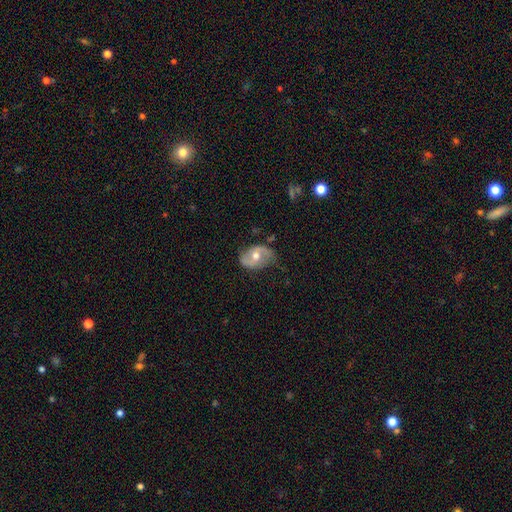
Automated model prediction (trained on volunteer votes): Smooth or featured? Predicted: featured or disk (p=0.63). Edge-on disk? Predicted: no (p=0.96). Bar? Predicted: no (p=0.55). Spiral arms? Predicted: yes (p=0.77). Bulge size? Predicted: moderate (p=0.77). Merging? Predicted: none (p=0.65).